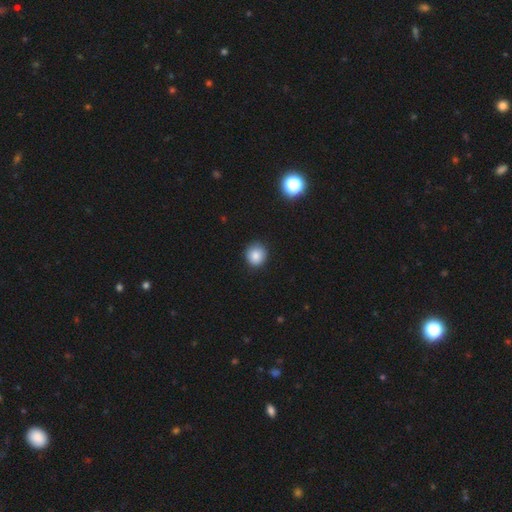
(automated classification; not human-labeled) smooth-or-featured: smooth: 84% | star or artifact: 10% | featured or disk: 5%
  how-rounded: round: 89% | in between: 10% | cigar-shaped: 1%
  merging: none: 87% | minor disturbance: 10% | major disturbance: 2% | merger: 1%